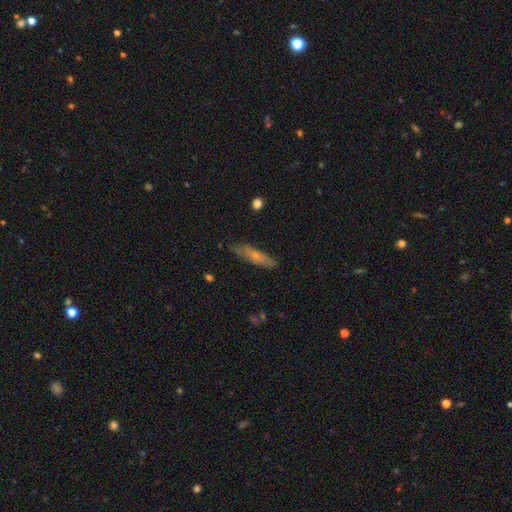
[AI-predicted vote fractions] featured or disk 48%, smooth 43%, star or artifact 8%. Down the decision tree: merging — none (78%).